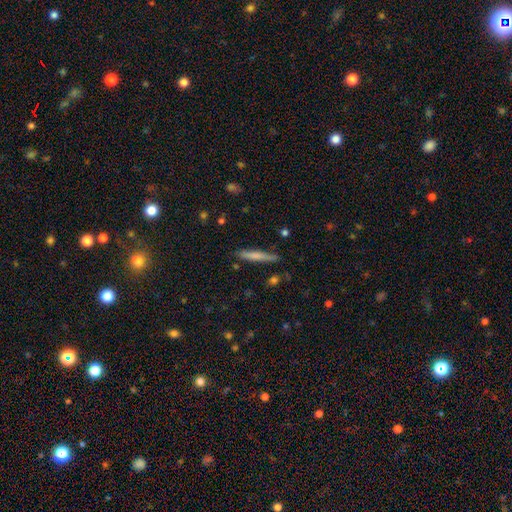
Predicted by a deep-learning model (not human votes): This is likely a smooth galaxy (64%). How rounded: clearly cigar-shaped (94%). Merging: clearly none (85%).